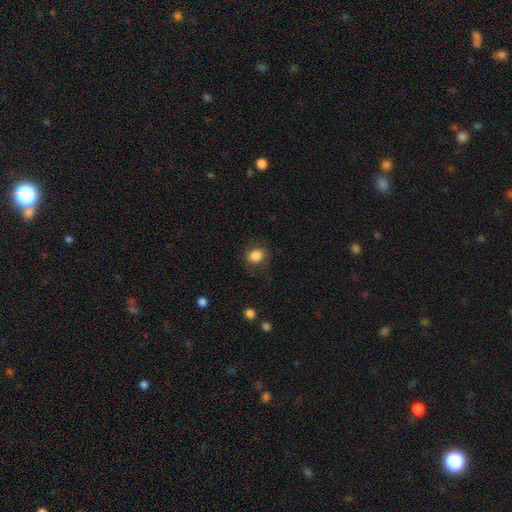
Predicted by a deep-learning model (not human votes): Smooth or featured?
  - smooth: 85% *
  - star or artifact: 9%
  - featured or disk: 6%
How rounded?
  - round: 63% *
  - in between: 36%
  - cigar-shaped: 1%
Merging?
  - none: 80% *
  - minor disturbance: 13%
  - major disturbance: 5%
  - merger: 1%